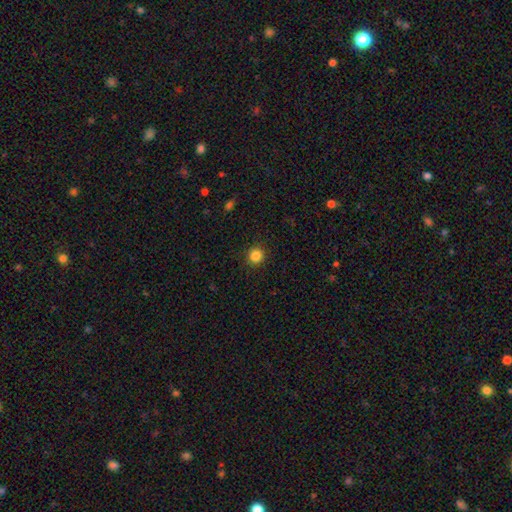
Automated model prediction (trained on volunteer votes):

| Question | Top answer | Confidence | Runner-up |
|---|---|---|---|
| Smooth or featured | smooth | 85% | star or artifact (11%) |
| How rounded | round | 93% | in between (6%) |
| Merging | none | 92% | minor disturbance (5%) |